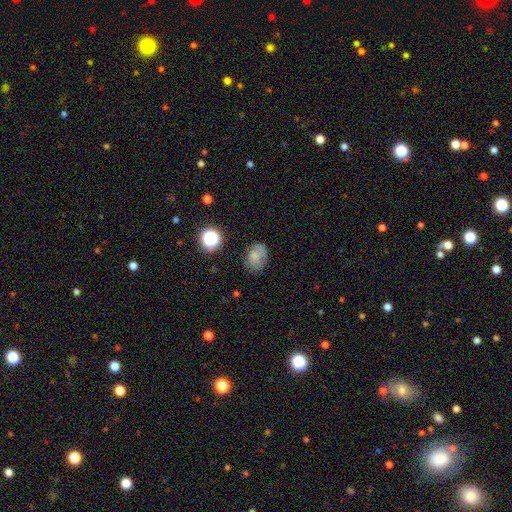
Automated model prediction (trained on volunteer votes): This appears to be a smooth galaxy with no disk features (61%) that is in between round and cigar-shaped (64%). Merging: none (64%).